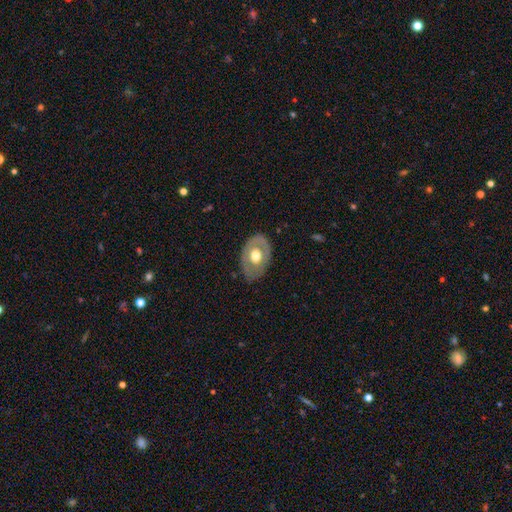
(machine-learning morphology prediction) type=featured or disk (50%); merging=none (78%).